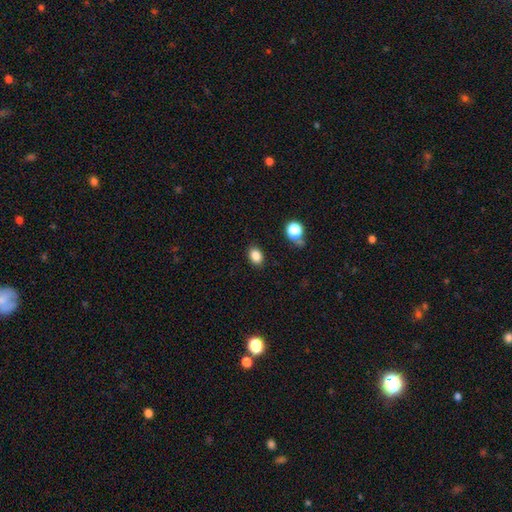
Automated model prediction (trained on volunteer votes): A smooth galaxy with no disk features (84%) that is in between round and cigar-shaped (70%).

Vote fractions:
- Smooth or featured? smooth: 84% / star or artifact: 11% / featured or disk: 5%
- How rounded? in between: 70% / round: 29% / cigar-shaped: 1%
- Merging? none: 86% / minor disturbance: 10% / major disturbance: 3% / merger: 2%